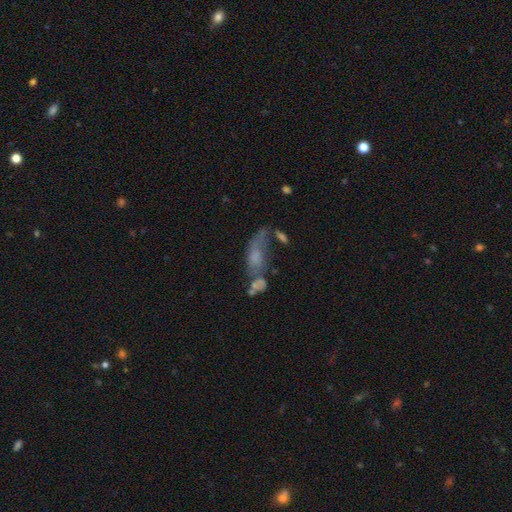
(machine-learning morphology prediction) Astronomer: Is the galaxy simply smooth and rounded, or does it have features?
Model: smooth — 46% (runner-up: featured or disk, 40%).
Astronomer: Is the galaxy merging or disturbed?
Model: merger — 32% (runner-up: major disturbance, 27%).